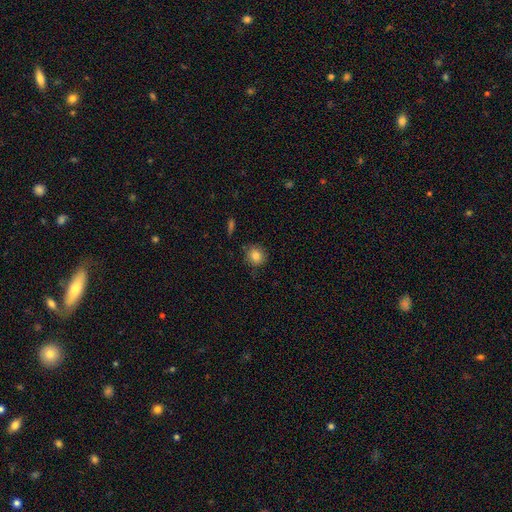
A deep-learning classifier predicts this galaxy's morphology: Smooth or featured?
  - smooth: 83% *
  - star or artifact: 10%
  - featured or disk: 7%
How rounded?
  - round: 86% *
  - in between: 13%
  - cigar-shaped: 1%
Merging?
  - none: 84% *
  - minor disturbance: 11%
  - major disturbance: 3%
  - merger: 2%